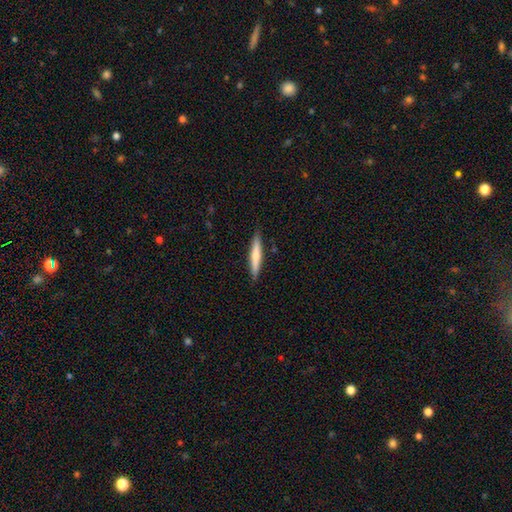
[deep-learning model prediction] This is possibly a smooth galaxy (57%). How rounded: clearly cigar-shaped (92%). Merging: clearly none (90%).